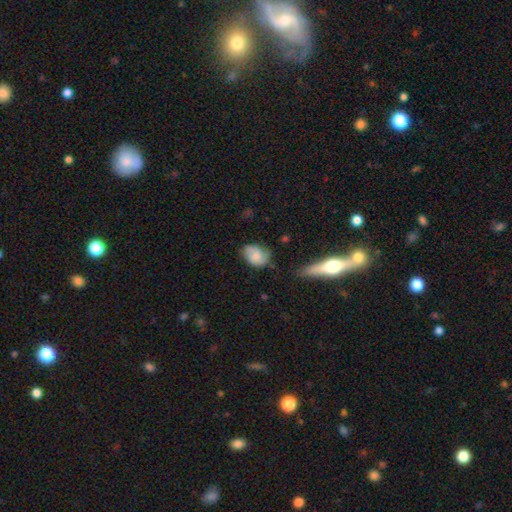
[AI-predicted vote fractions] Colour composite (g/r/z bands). It shows a smooth galaxy with no disk features (67%) that is in between round and cigar-shaped (71%). Merging: none (53%).